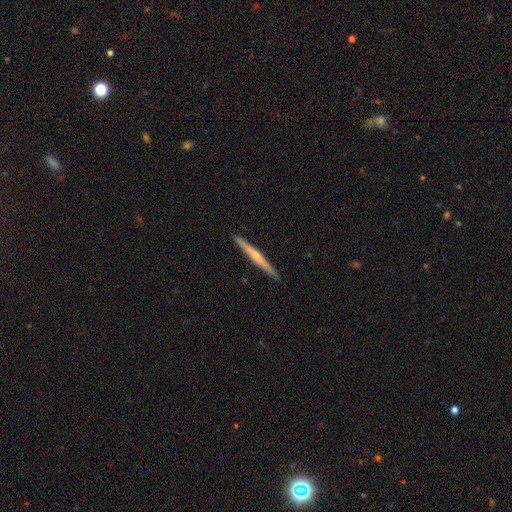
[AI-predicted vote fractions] A featured or disk galaxy (58%) viewed edge-on (98%) with a rounded central bulge (49%). Merging: none (92%).